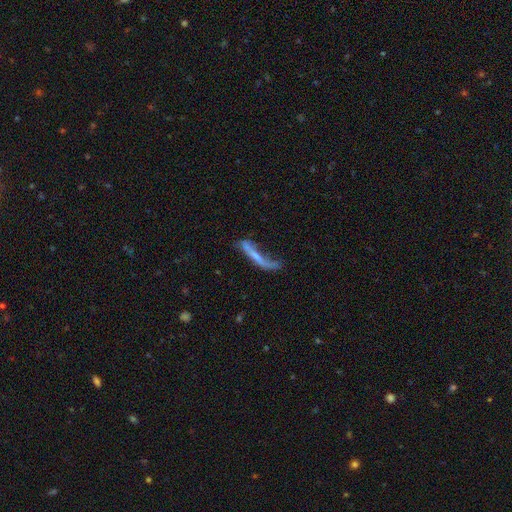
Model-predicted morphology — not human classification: A featured or disk galaxy (54%) viewed edge-on (54%).

Vote fractions:
- Smooth or featured? featured or disk: 54% / smooth: 37% / star or artifact: 9%
- Edge-on disk? yes: 54% / no: 46%
- Merging? major disturbance: 35% / none: 32% / minor disturbance: 23% / merger: 9%